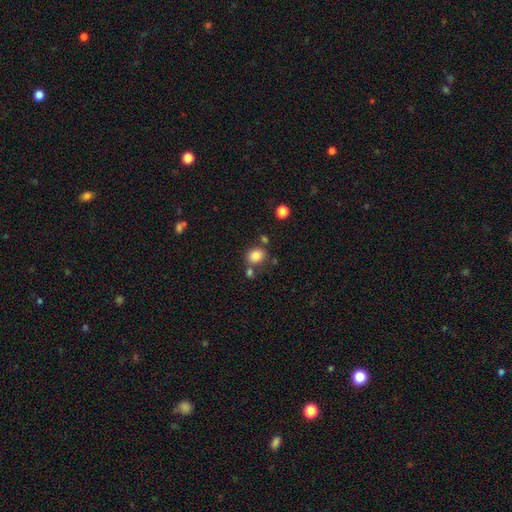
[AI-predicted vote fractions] Smooth or featured?
  - smooth: 83% *
  - star or artifact: 10%
  - featured or disk: 6%
How rounded?
  - round: 50% *
  - in between: 49%
  - cigar-shaped: 1%
Merging?
  - none: 66% *
  - merger: 15%
  - minor disturbance: 13%
  - major disturbance: 5%